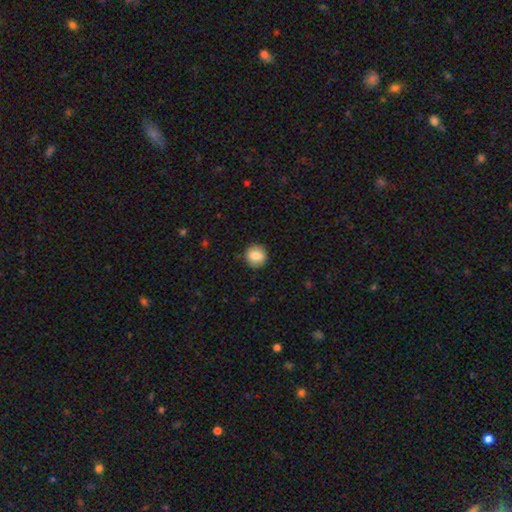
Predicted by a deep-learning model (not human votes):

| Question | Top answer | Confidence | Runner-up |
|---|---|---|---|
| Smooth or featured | smooth | 81% | featured or disk (11%) |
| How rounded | round | 87% | in between (12%) |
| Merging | none | 88% | minor disturbance (8%) |